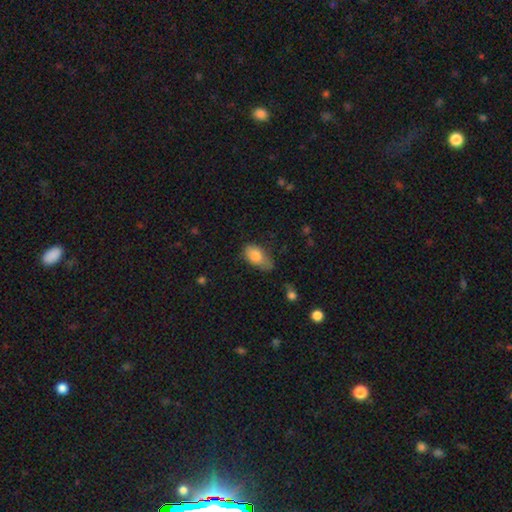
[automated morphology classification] Smooth or featured? Predicted: smooth (p=0.81). How rounded? Predicted: in between (p=0.90). Merging? Predicted: none (p=0.42).